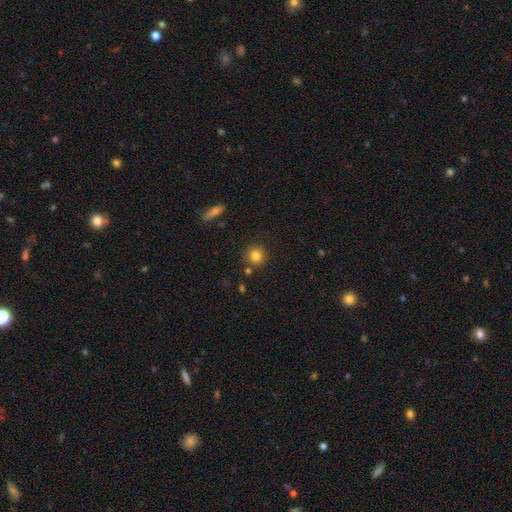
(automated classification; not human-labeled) Overall: smooth (82%). How rounded: round (92%). Merging: none (83%).